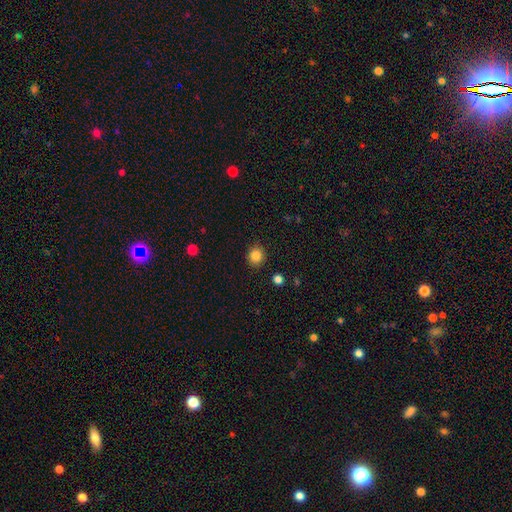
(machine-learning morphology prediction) Q: Smooth or featured?
A: smooth (85%); runner-up: star or artifact (11%)
Q: How rounded?
A: round (82%); runner-up: in between (17%)
Q: Merging?
A: none (89%); runner-up: minor disturbance (7%)